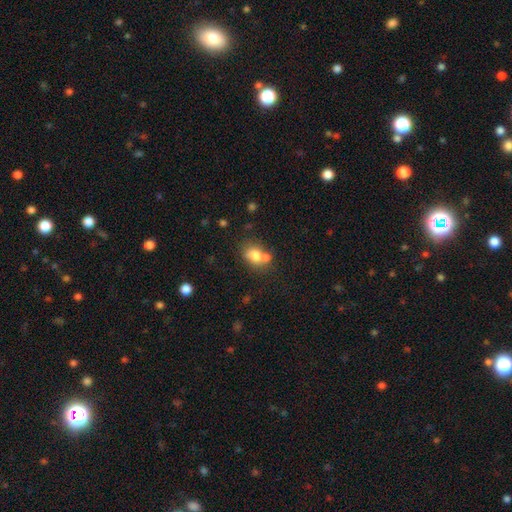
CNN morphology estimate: smooth-or-featured: smooth: 75% | featured or disk: 14% | star or artifact: 11%
  how-rounded: round: 51% | in between: 48% | cigar-shaped: 1%
  merging: none: 47% | merger: 37% | minor disturbance: 12% | major disturbance: 4%